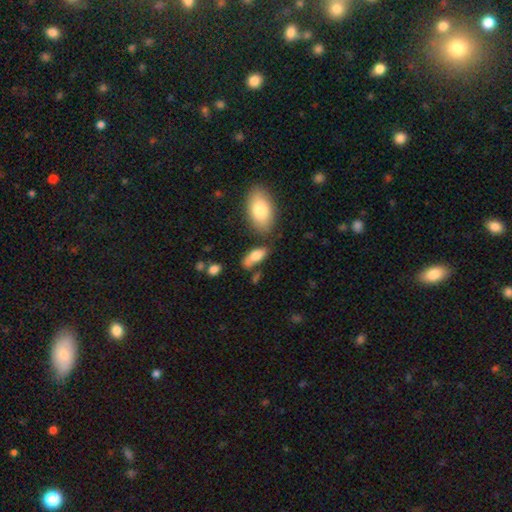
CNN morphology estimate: A smooth galaxy with no disk features (77%) that is in between round and cigar-shaped (84%). Merging: none (57%).